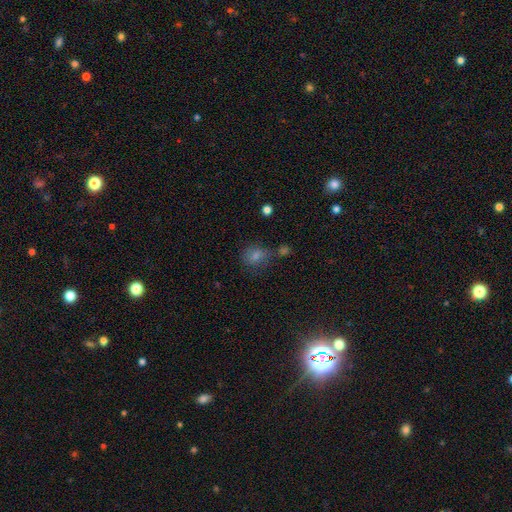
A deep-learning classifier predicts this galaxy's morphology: smooth_or_featured: smooth (p=0.51) [alt: star or artifact p=0.32]
how_rounded: round (p=0.59) [alt: in between p=0.39]
merging: none (p=0.68) [alt: minor disturbance p=0.16]